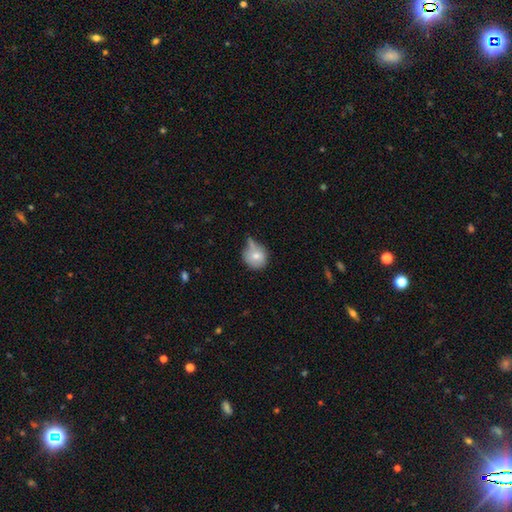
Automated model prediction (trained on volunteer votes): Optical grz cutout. It shows a smooth galaxy with no disk features (75%) that is round (84%). Merging: none (42%).